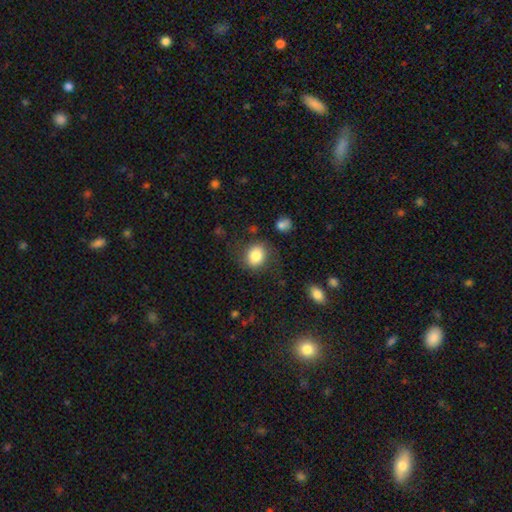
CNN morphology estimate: A smooth galaxy with no disk features (83%) that is round (63%). Merging: none (77%).